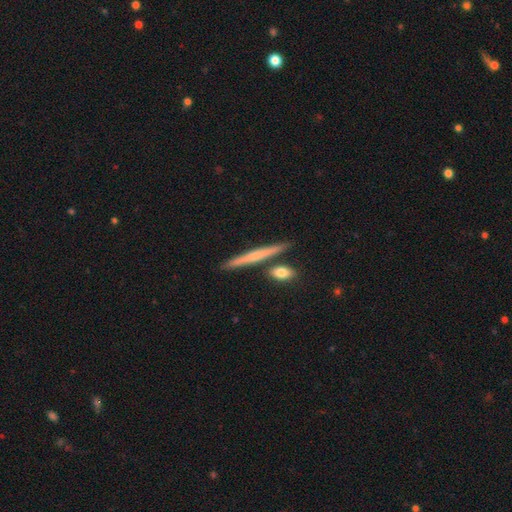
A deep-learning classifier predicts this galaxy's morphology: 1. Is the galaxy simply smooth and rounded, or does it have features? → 47% smooth (tied), 47% featured or disk (tied), 6% star or artifact.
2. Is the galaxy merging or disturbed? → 82% none, 8% merger, 8% minor disturbance, 2% major disturbance.